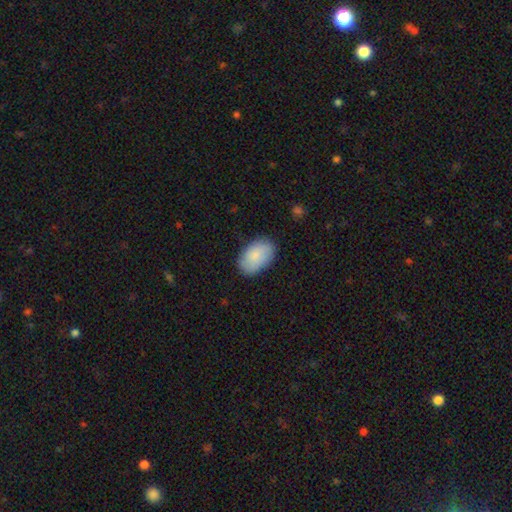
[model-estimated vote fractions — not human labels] smooth 80%, featured or disk 14%, star or artifact 6%. Down the decision tree: how rounded — in between (92%); merging — none (82%).